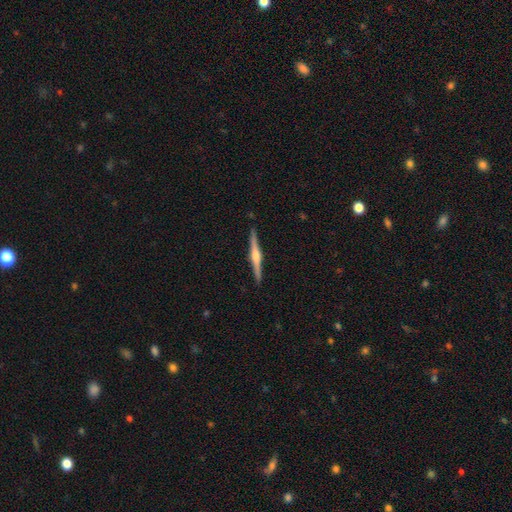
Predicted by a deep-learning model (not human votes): A featured or disk galaxy (79%) viewed edge-on (99%) with a rounded central bulge (89%).

Vote fractions:
- Smooth or featured? featured or disk: 79% / smooth: 16% / star or artifact: 5%
- Edge-on disk? yes: 99% / no: 1%
- Edge-on bulge? rounded: 89% / boxy: 7% / none: 4%
- Merging? none: 91% / minor disturbance: 6% / major disturbance: 1% / merger: 1%